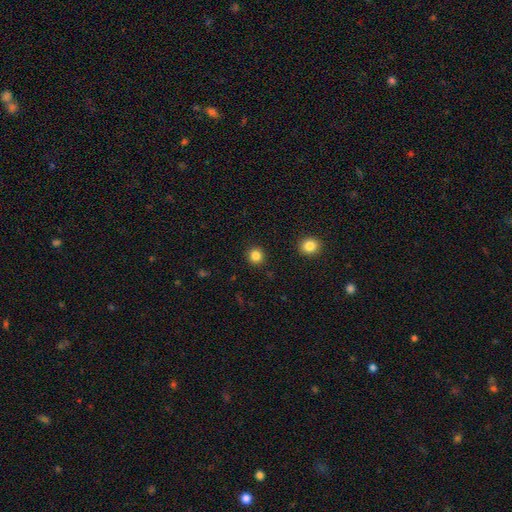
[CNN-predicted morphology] Smooth or featured: smooth — 84% (star or artifact — 12%)
How rounded: round — 92% (in between — 7%)
Merging: none — 92% (minor disturbance — 5%)